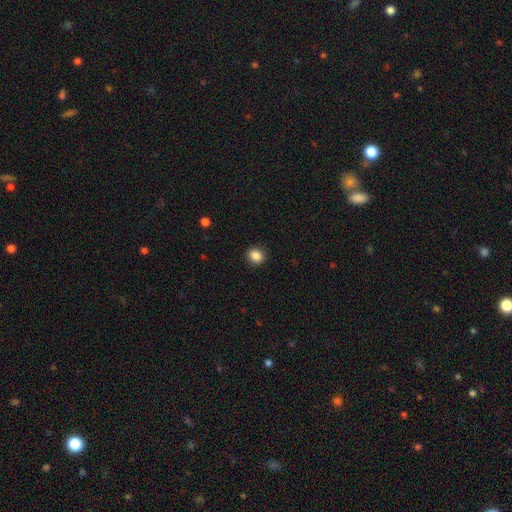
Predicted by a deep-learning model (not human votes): Smooth or featured? smooth (87%)
How rounded? round (66%)
Merging? none (90%)